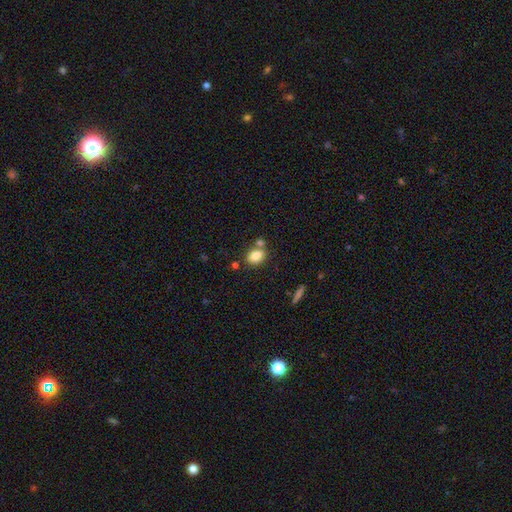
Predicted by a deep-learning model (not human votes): Smooth or featured: smooth — 82% (star or artifact — 9%)
How rounded: in between — 72% (round — 26%)
Merging: none — 62% (merger — 21%)